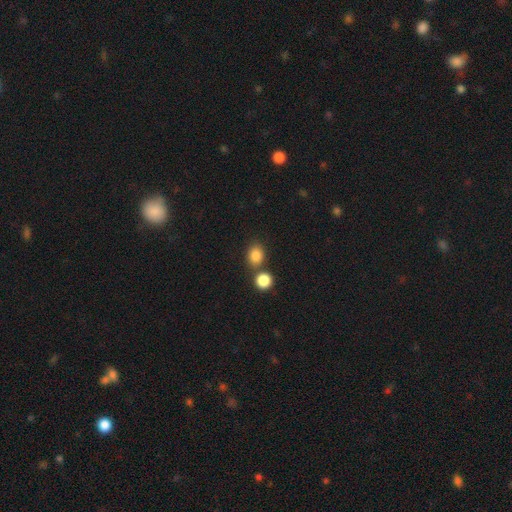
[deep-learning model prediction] Smooth or featured? Predicted: smooth (p=0.85). How rounded? Predicted: round (p=0.58). Merging? Predicted: none (p=0.65).